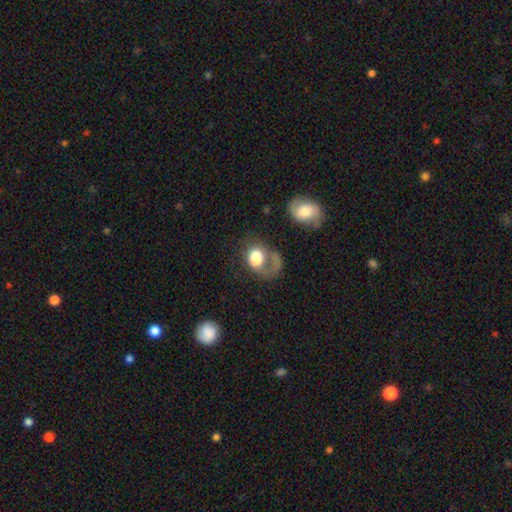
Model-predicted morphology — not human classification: The model was most divided on "how rounded": in between: 50%, round: 49%, cigar-shaped: 1%. More confident: smooth or featured — smooth (55%); merging — major disturbance (51%).